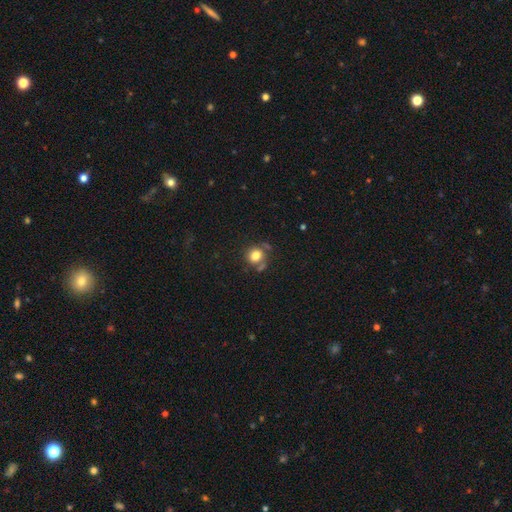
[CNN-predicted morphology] smooth_or_featured: smooth (p=0.78) [alt: star or artifact p=0.12]
how_rounded: round (p=0.81) [alt: in between p=0.18]
merging: none (p=0.62) [alt: minor disturbance p=0.17]